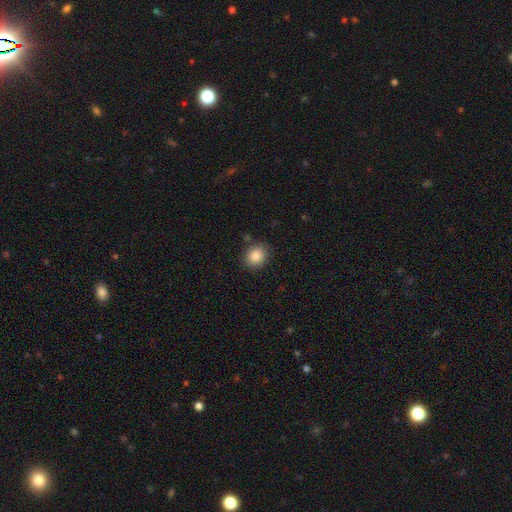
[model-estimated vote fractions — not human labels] This is clearly a smooth galaxy (85%). How rounded: likely round (73%). Merging: clearly none (86%).